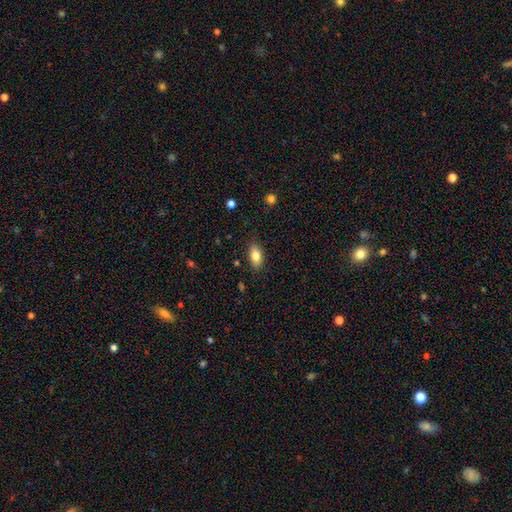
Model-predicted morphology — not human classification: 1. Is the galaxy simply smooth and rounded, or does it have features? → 81% smooth, 11% featured or disk, 8% star or artifact.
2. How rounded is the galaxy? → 89% in between, 6% round, 5% cigar-shaped.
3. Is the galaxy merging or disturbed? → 85% none, 11% minor disturbance, 2% major disturbance, 1% merger.